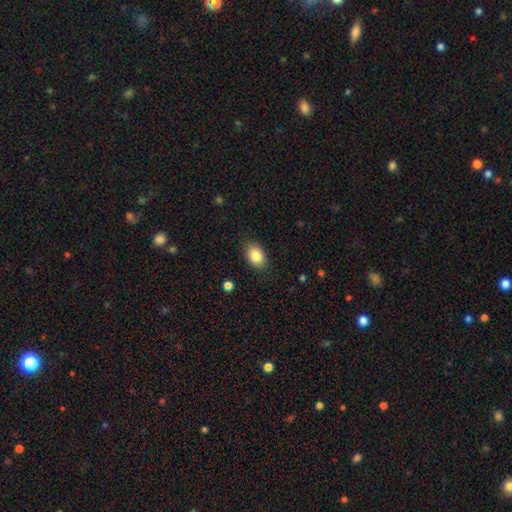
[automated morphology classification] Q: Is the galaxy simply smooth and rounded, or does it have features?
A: smooth — 87%.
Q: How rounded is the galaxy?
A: in between — 86%.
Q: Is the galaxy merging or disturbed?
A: none — 86%.